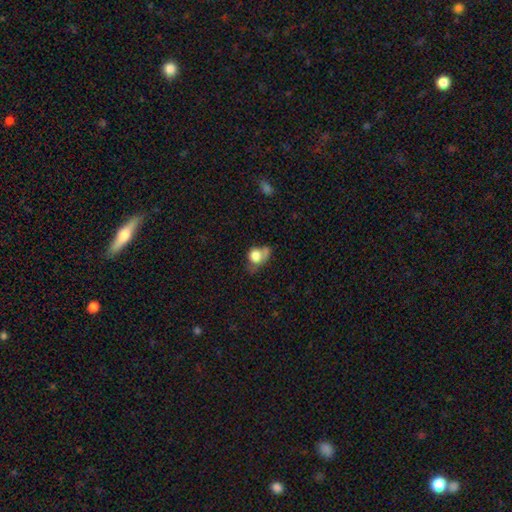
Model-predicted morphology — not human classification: A smooth galaxy with no disk features (76%) that is round (60%). Merging: none (31%).